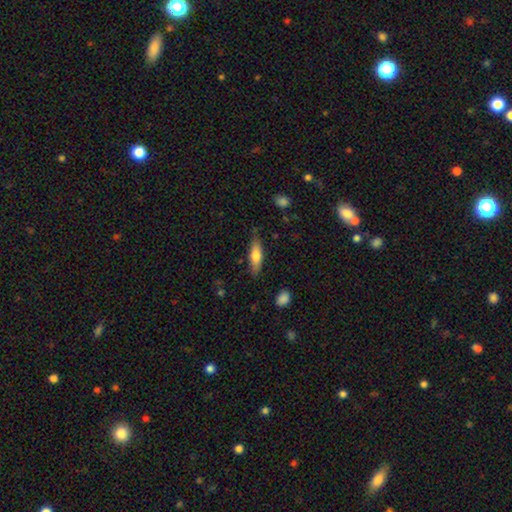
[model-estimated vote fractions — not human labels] Smooth or featured? smooth (67%)
How rounded? cigar-shaped (55%)
Merging? none (78%)